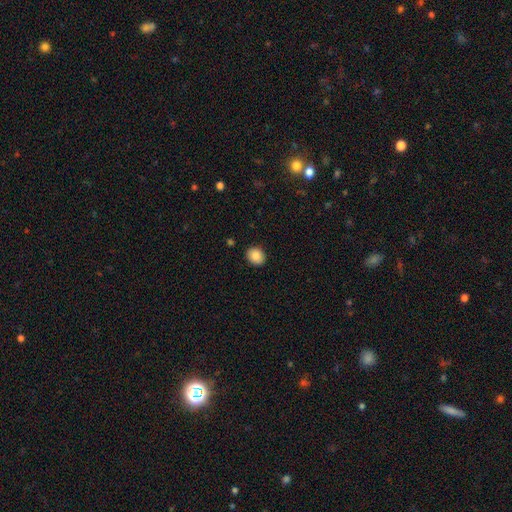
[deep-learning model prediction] Smooth or featured? smooth (85%)
How rounded? round (68%)
Merging? none (90%)